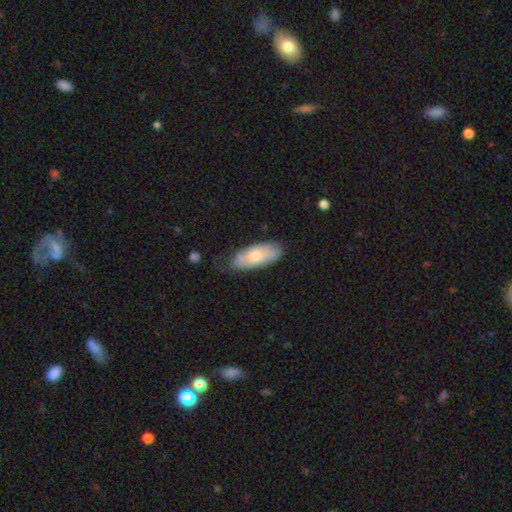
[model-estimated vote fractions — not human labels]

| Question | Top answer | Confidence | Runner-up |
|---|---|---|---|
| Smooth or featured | smooth | 70% | featured or disk (25%) |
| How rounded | in between | 81% | cigar-shaped (17%) |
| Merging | none | 56% | minor disturbance (34%) |